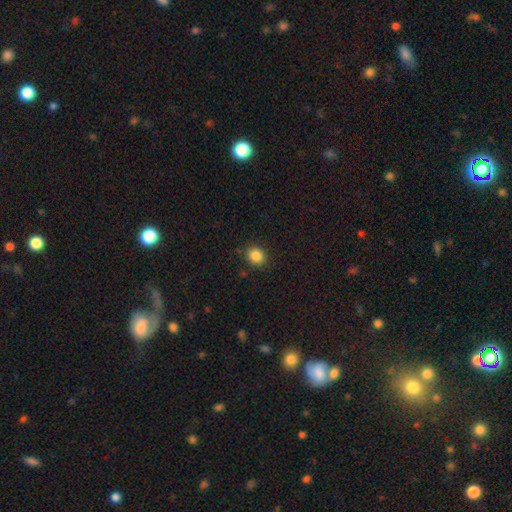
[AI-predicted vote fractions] The model was most divided on "how rounded": round: 80%, in between: 19%, cigar-shaped: 1%. More confident: merging — none (86%); smooth or featured — smooth (85%).